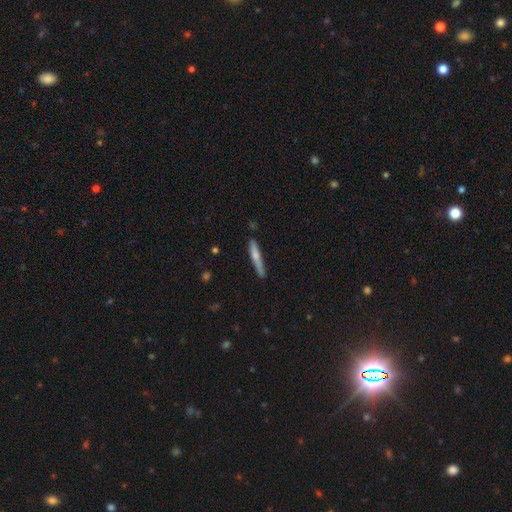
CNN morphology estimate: type=smooth (61%); roundness=cigar-shaped (94%); merging=none (77%).